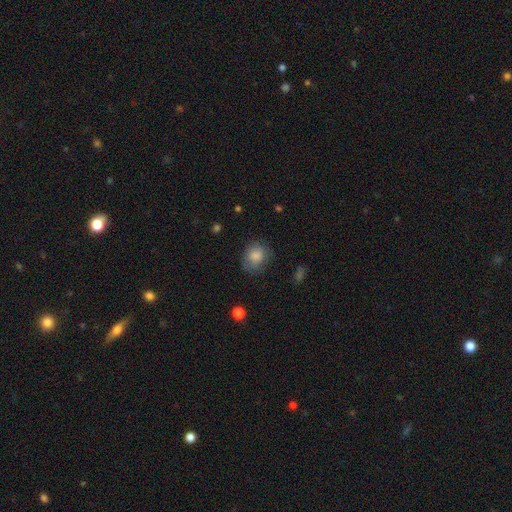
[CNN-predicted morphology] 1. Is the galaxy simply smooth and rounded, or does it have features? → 83% smooth, 9% featured or disk, 8% star or artifact.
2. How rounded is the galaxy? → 60% round, 39% in between, 1% cigar-shaped.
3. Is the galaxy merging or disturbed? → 69% none, 22% minor disturbance, 8% major disturbance, 1% merger.